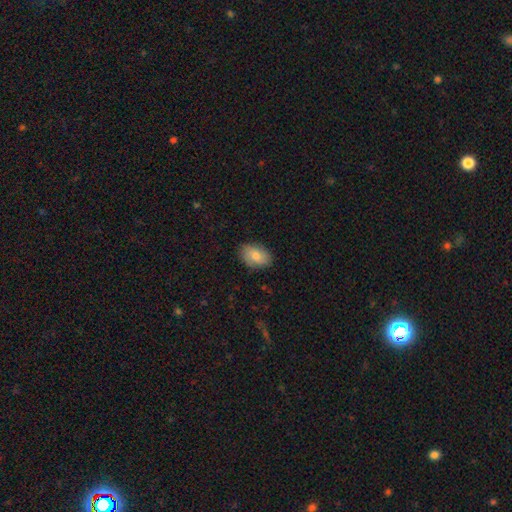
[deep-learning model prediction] This is likely a smooth galaxy (80%). How rounded: clearly in between (89%). Merging: clearly none (84%).